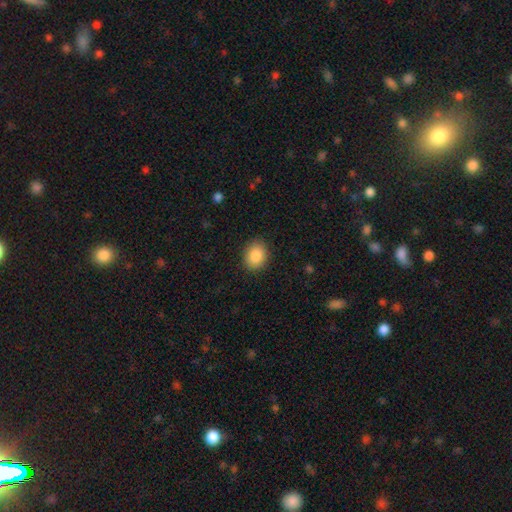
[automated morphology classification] This appears to be a smooth galaxy with no disk features (87%) that is in between round and cigar-shaped (53%). Merging: none (89%).